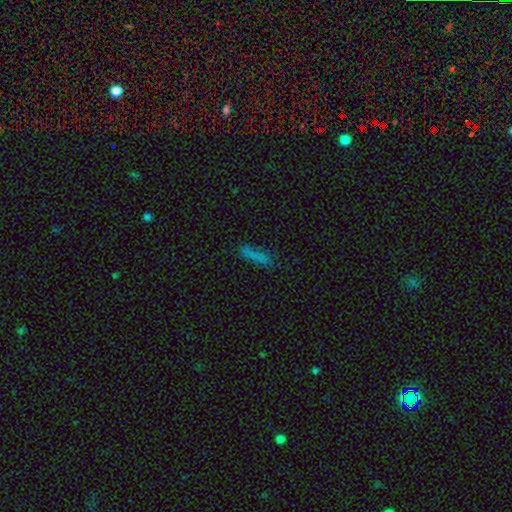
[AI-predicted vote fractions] smooth-or-featured: smooth: 72% | star or artifact: 17% | featured or disk: 11%
  how-rounded: cigar-shaped: 74% | in between: 22% | round: 3%
  merging: none: 72% | minor disturbance: 17% | major disturbance: 6% | merger: 5%